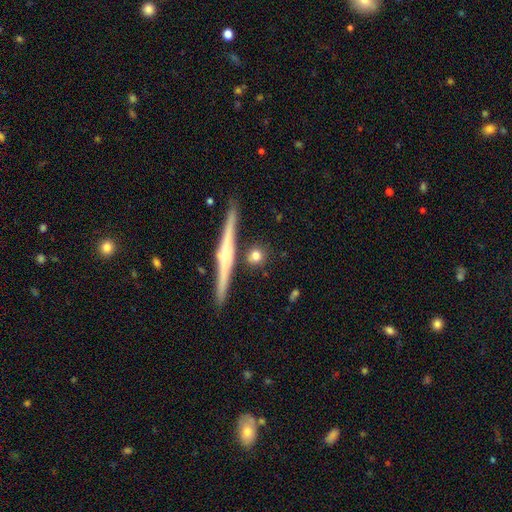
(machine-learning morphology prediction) Q: Smooth or featured?
A: smooth (67%); runner-up: featured or disk (25%)
Q: How rounded?
A: round (75%); runner-up: cigar-shaped (14%)
Q: Merging?
A: none (81%); runner-up: minor disturbance (9%)